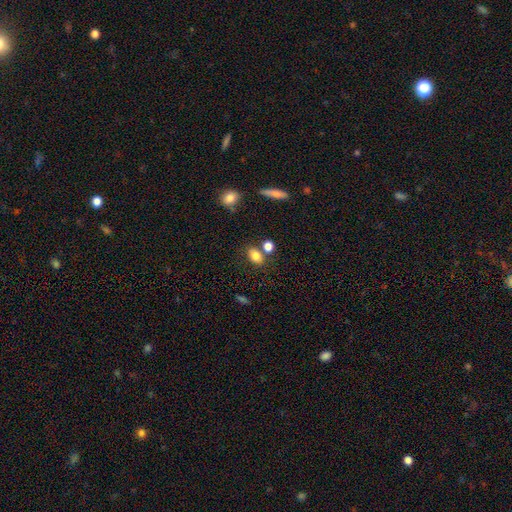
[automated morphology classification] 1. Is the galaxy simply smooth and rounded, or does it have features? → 80% smooth, 11% star or artifact, 9% featured or disk.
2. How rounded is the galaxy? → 75% in between, 22% round, 2% cigar-shaped.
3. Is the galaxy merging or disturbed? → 64% none, 19% merger, 12% minor disturbance, 4% major disturbance.